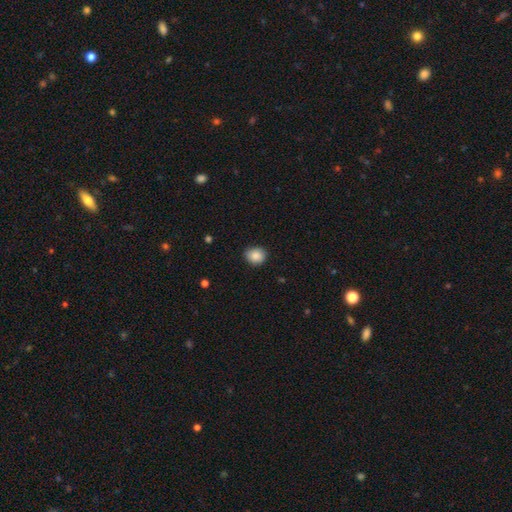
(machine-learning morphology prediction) smooth-or-featured: smooth: 87% | star or artifact: 8% | featured or disk: 4%
  how-rounded: round: 72% | in between: 28% | cigar-shaped: 1%
  merging: none: 85% | minor disturbance: 12% | major disturbance: 2% | merger: 1%